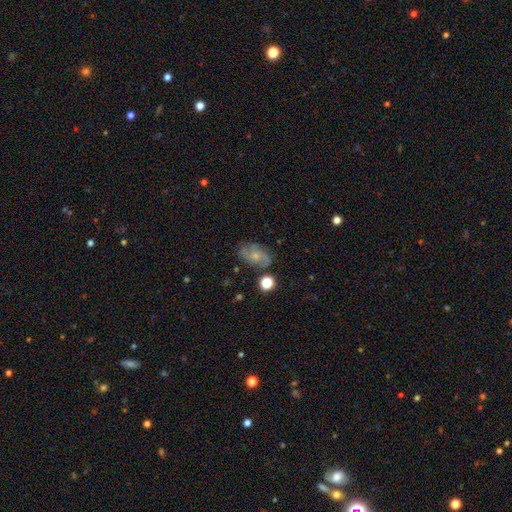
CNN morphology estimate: This appears to be a featured or disk galaxy (55%) with no bar (71%), spiral arms (81%) and a small central bulge (60%). Merging: none (69%).